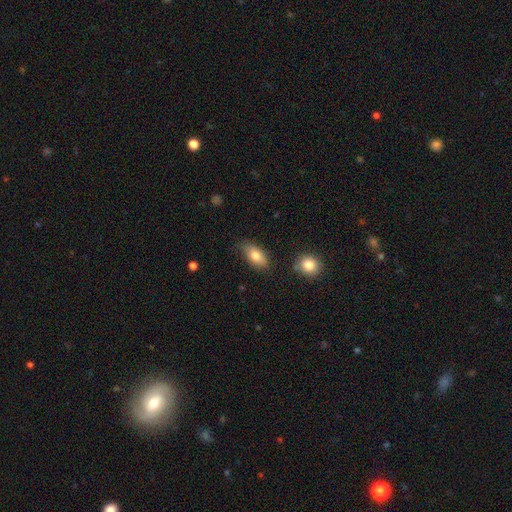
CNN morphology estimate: Overall: smooth (78%). How rounded: in between (88%). Merging: none (75%).